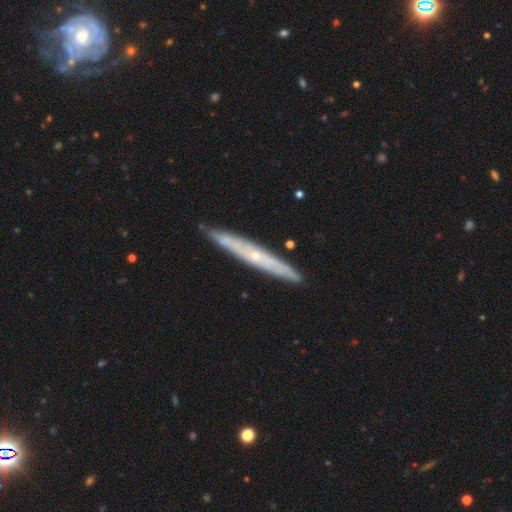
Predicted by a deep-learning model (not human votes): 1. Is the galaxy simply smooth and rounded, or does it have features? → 71% featured or disk, 23% smooth, 6% star or artifact.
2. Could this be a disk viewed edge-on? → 80% yes, 20% no.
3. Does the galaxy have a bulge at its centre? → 54% rounded, 43% none, 2% boxy.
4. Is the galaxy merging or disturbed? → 85% none, 12% minor disturbance, 2% major disturbance, 1% merger.